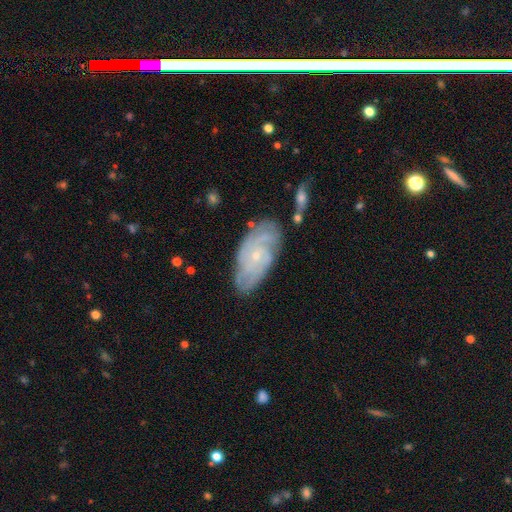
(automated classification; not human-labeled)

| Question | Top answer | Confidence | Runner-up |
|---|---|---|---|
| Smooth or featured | featured or disk | 78% | smooth (15%) |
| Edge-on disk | no | 94% | yes (6%) |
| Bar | no | 78% | weak (19%) |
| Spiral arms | yes | 93% | no (7%) |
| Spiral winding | tight | 67% | medium (26%) |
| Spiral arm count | can't tell | 35% | 3 (19%) |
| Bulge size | small | 78% | moderate (19%) |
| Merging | none | 74% | minor disturbance (19%) |